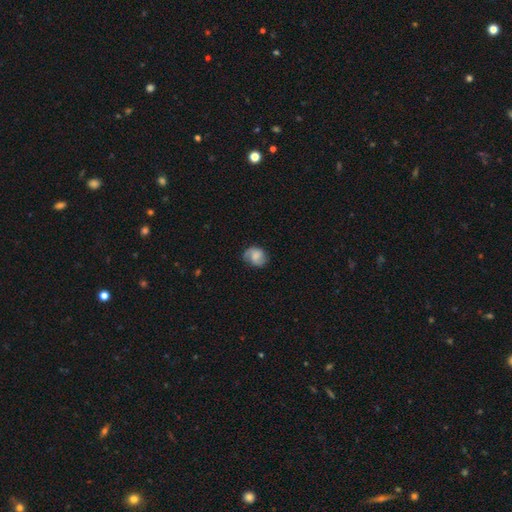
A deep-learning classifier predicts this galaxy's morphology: featured or disk 50%, smooth 42%, star or artifact 9%. Down the decision tree: merging — none (68%).